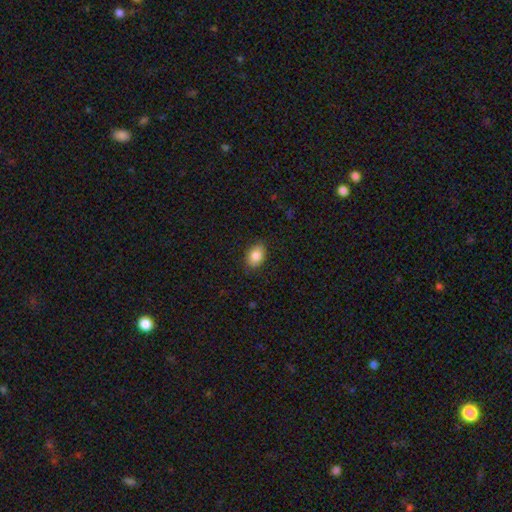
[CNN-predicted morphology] Overall: smooth (84%). How rounded: in between (79%). Merging: none (85%).